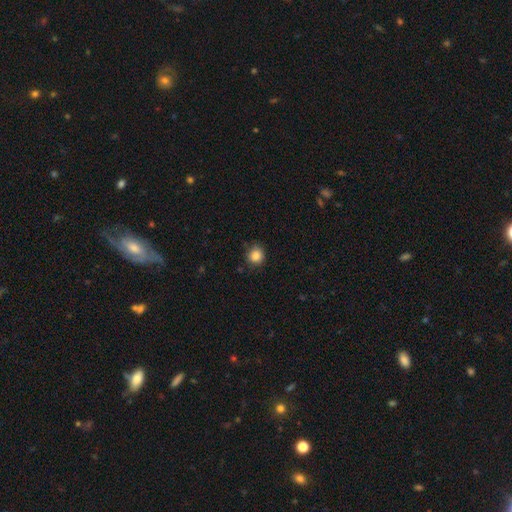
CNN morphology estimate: smooth-or-featured: smooth: 85% | star or artifact: 10% | featured or disk: 4%
  how-rounded: round: 87% | in between: 12% | cigar-shaped: 1%
  merging: none: 81% | minor disturbance: 15% | major disturbance: 3% | merger: 2%